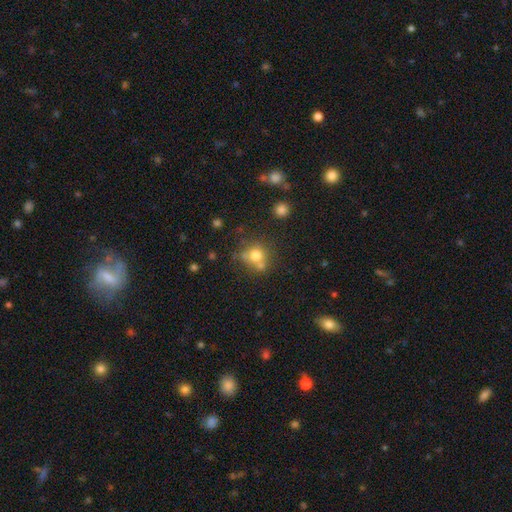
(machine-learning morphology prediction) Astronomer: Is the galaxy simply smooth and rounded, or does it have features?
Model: smooth — 70%.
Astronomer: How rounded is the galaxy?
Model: round — 79%.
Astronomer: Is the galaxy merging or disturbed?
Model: none — 49% (runner-up: merger, 29%).